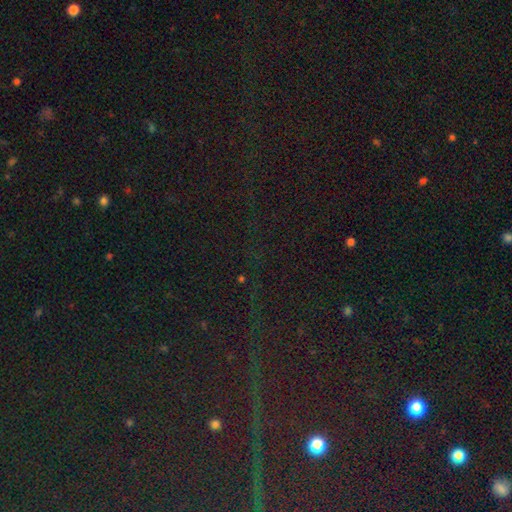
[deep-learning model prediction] The model was most divided on "smooth or featured": star or artifact: 84%, smooth: 9%, featured or disk: 7%.